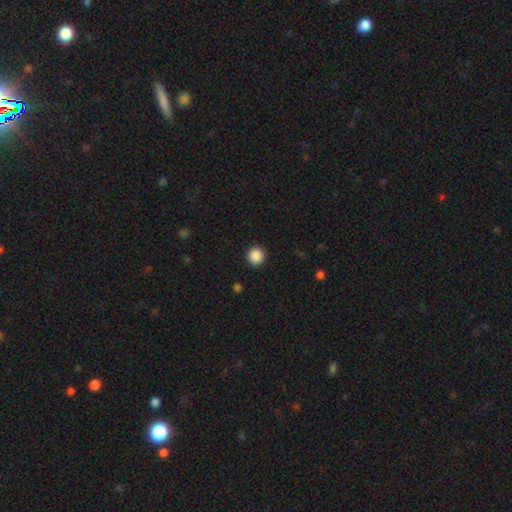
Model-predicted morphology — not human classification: This is clearly a smooth galaxy (89%). How rounded: clearly round (95%). Merging: clearly none (93%).